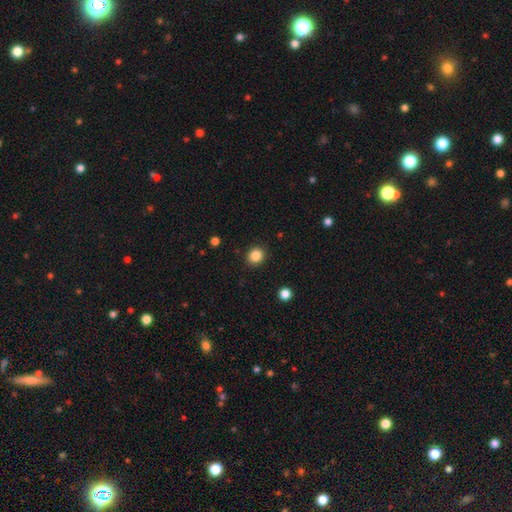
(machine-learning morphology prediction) This appears to be a smooth galaxy with no disk features (85%) that is round (78%). Merging: none (90%).